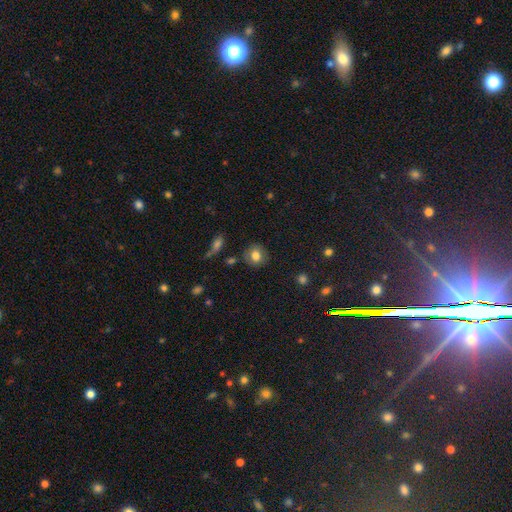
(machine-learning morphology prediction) Overall: smooth (78%). How rounded: round (79%). Merging: none (82%).